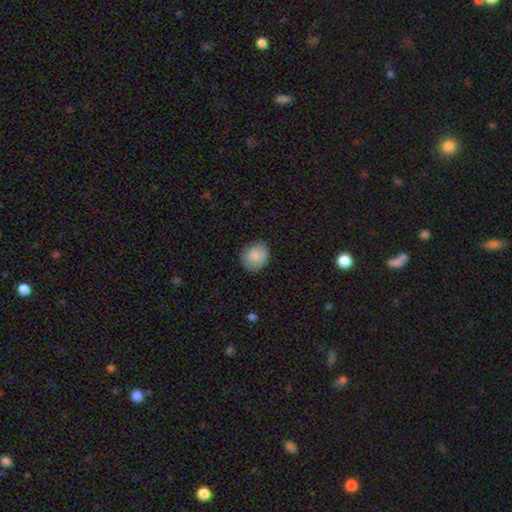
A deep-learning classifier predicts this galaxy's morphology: This appears to be a smooth galaxy with no disk features (88%) that is round (70%). Merging: none (82%).